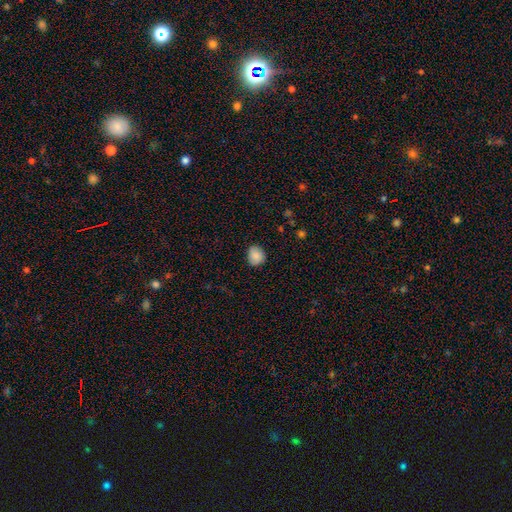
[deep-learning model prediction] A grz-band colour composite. It shows a smooth galaxy with no disk features (86%) that is round (69%). Merging: none (83%).